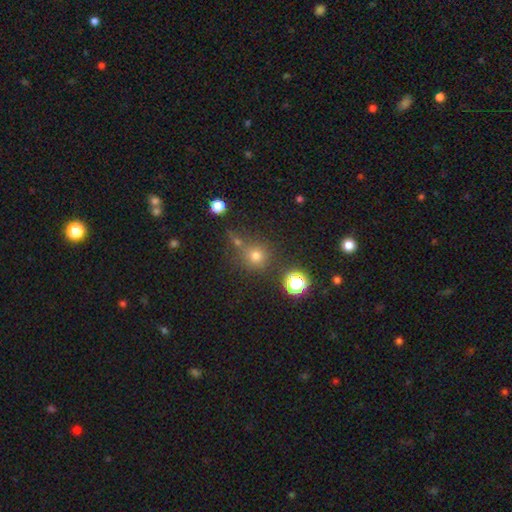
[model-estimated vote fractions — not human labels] A smooth galaxy with no disk features (68%) that is round (91%).

Vote fractions:
- Smooth or featured? smooth: 68% / star or artifact: 24% / featured or disk: 9%
- How rounded? round: 91% / in between: 8% / cigar-shaped: 1%
- Merging? none: 67% / merger: 17% / minor disturbance: 11% / major disturbance: 5%